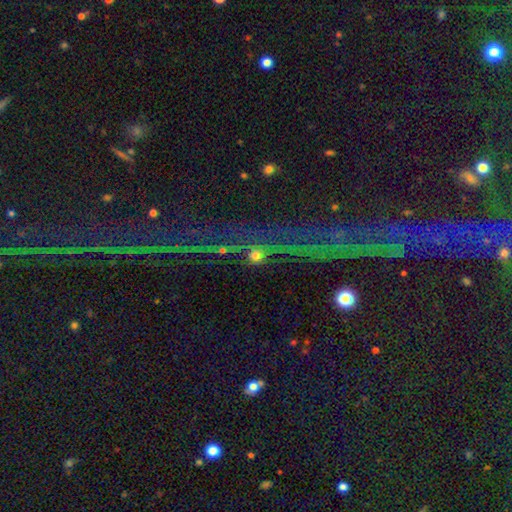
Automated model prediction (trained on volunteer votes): The model was most divided on "smooth or featured": star or artifact: 42%, smooth: 39%, featured or disk: 20%.